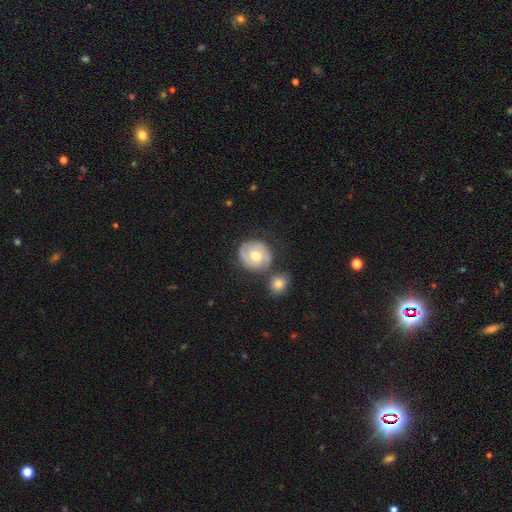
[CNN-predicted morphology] The model was most divided on "smooth or featured": featured or disk: 56%, smooth: 37%, star or artifact: 7%. More confident: edge-on disk — no (97%); bulge size — moderate (80%); spiral arms — yes (74%); bar — no (71%); merging — none (64%).